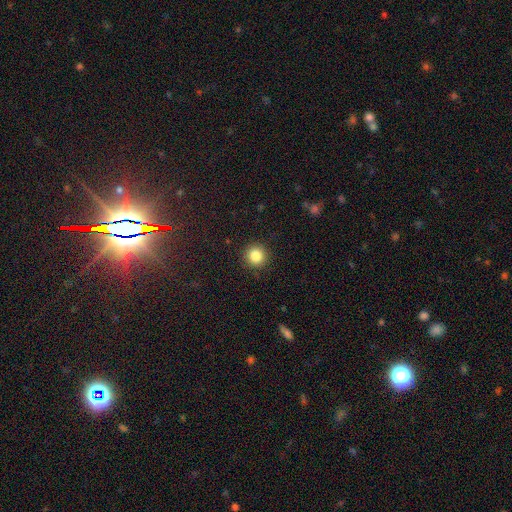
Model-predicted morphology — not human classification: Q: Smooth or featured?
A: smooth (85%); runner-up: star or artifact (10%)
Q: How rounded?
A: round (94%); runner-up: in between (5%)
Q: Merging?
A: none (91%); runner-up: minor disturbance (6%)